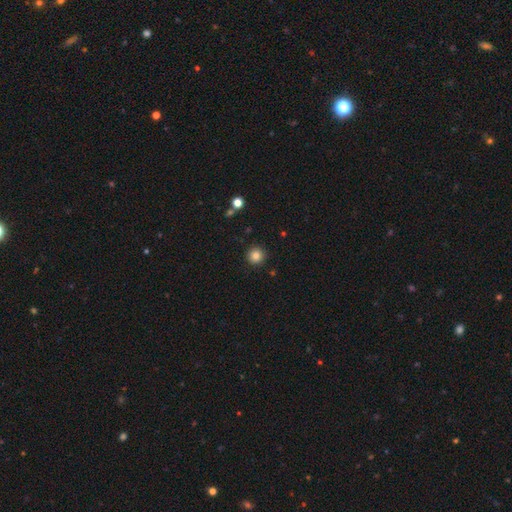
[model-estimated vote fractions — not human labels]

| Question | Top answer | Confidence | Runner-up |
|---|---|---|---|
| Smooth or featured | smooth | 84% | star or artifact (11%) |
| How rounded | round | 95% | in between (4%) |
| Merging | none | 91% | minor disturbance (5%) |